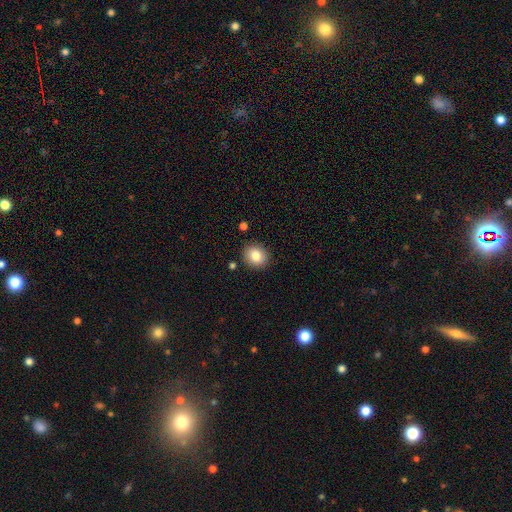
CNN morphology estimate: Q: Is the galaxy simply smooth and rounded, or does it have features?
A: smooth — 84%.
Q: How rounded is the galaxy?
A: round — 73%.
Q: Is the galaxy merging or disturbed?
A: none — 88%.